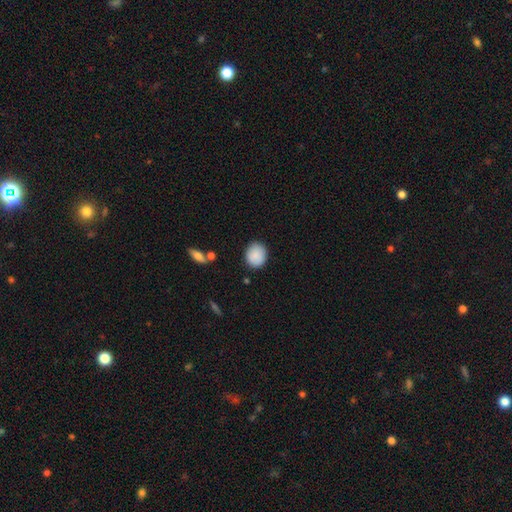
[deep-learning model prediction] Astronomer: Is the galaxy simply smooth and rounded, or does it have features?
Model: smooth — 88%.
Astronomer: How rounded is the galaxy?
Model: round — 60% (runner-up: in between, 39%).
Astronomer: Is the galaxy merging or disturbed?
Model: none — 84%.